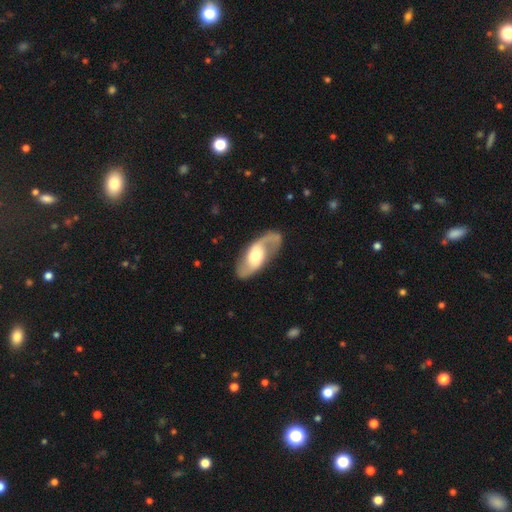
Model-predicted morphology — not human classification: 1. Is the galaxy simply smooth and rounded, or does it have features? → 82% featured or disk, 14% smooth, 4% star or artifact.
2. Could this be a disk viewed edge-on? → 94% no, 6% yes.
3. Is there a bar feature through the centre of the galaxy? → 48% no, 37% weak, 15% strong.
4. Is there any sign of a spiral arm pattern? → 92% yes, 8% no.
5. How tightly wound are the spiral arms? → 52% loose, 37% medium, 11% tight.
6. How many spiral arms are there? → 91% 2, 4% 1, 3% can't tell, 1% 3, 1% 4, 1% more than 4.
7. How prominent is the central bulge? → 60% moderate, 29% large, 8% small, 2% dominant, 1% none.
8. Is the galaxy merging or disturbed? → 80% none, 12% minor disturbance, 6% major disturbance, 2% merger.